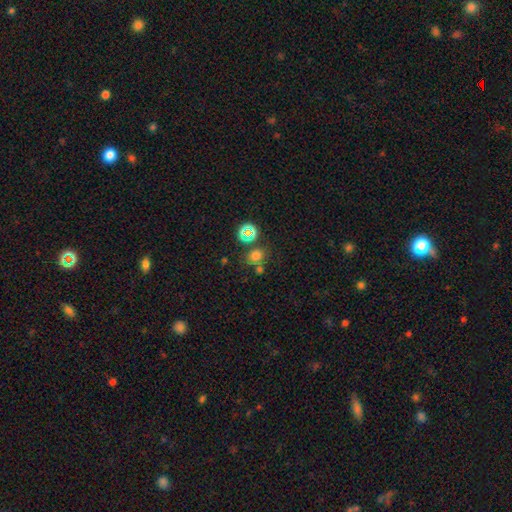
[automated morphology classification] Smooth or featured?
  - smooth: 67% *
  - star or artifact: 25%
  - featured or disk: 7%
How rounded?
  - round: 72% *
  - in between: 27%
  - cigar-shaped: 1%
Merging?
  - none: 64% *
  - merger: 21%
  - minor disturbance: 10%
  - major disturbance: 5%